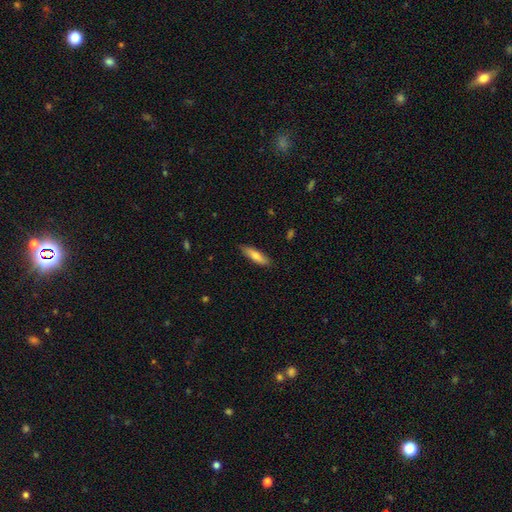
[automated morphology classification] A smooth galaxy with no disk features (71%) that is cigar-shaped (67%).

Vote fractions:
- Smooth or featured? smooth: 71% / featured or disk: 23% / star or artifact: 6%
- How rounded? cigar-shaped: 67% / in between: 32% / round: 2%
- Merging? none: 85% / minor disturbance: 12% / major disturbance: 2% / merger: 1%